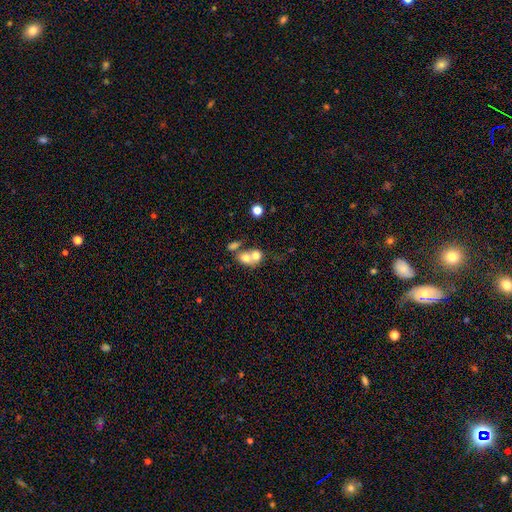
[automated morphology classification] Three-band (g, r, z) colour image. It shows a smooth galaxy with no disk features (69%) that is round (58%). Merging: merger (68%).